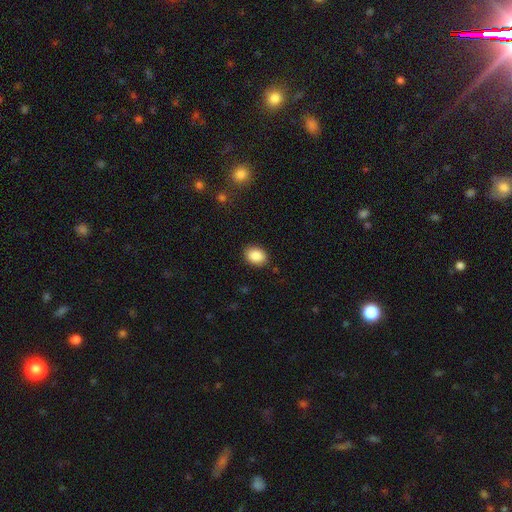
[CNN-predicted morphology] This appears to be a smooth galaxy with no disk features (88%) that is in between round and cigar-shaped (71%). Merging: none (88%).